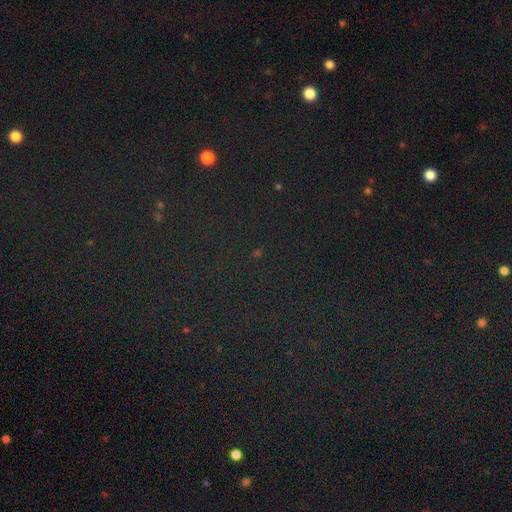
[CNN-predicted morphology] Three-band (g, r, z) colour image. It shows a star or artifact, not a galaxy (80%).